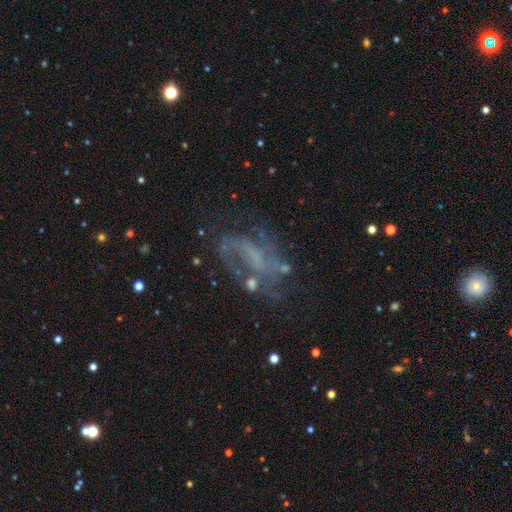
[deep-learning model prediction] Smooth or featured? Predicted: featured or disk (p=0.73). Edge-on disk? Predicted: no (p=0.96). Bar? Predicted: no (p=0.47). Spiral arms? Predicted: yes (p=0.75). Spiral winding? Predicted: loose (p=0.44). Spiral arm count? Predicted: 2 (p=0.53). Bulge size? Predicted: none (p=0.63). Merging? Predicted: none (p=0.48).